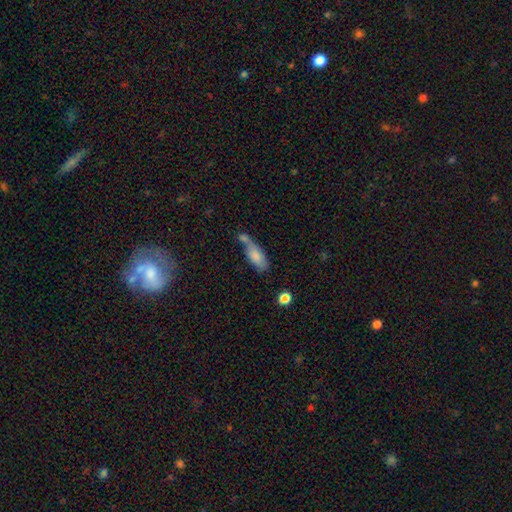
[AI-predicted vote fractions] This is likely a smooth galaxy (77%). How rounded: likely in between (73%). Merging: marginally merger (39%).